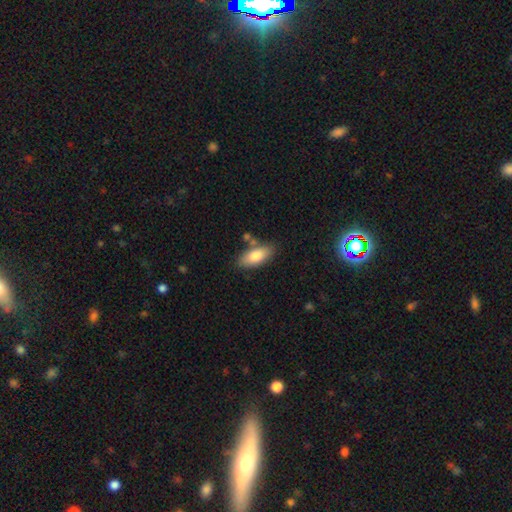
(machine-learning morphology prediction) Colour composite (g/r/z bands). It shows a smooth galaxy with no disk features (79%) that is in between round and cigar-shaped (84%). Merging: none (75%).